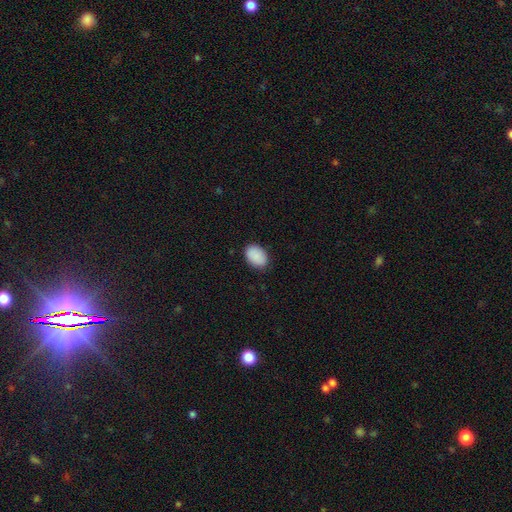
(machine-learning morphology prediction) Q: Smooth or featured?
A: smooth (90%); runner-up: star or artifact (7%)
Q: How rounded?
A: in between (82%); runner-up: round (17%)
Q: Merging?
A: none (87%); runner-up: minor disturbance (10%)